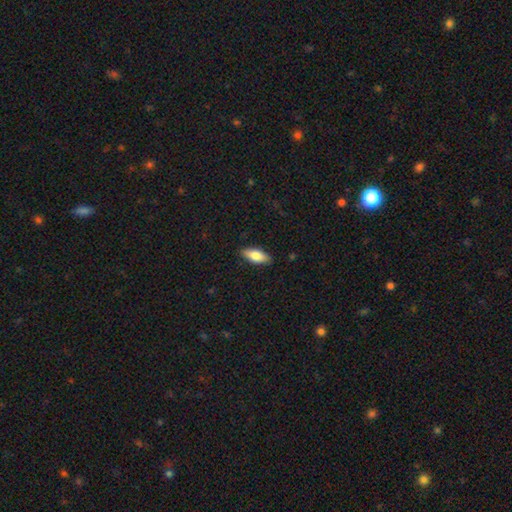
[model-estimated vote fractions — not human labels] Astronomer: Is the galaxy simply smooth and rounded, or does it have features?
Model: smooth — 77%.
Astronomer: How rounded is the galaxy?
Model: in between — 79%.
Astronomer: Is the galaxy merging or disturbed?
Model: none — 88%.